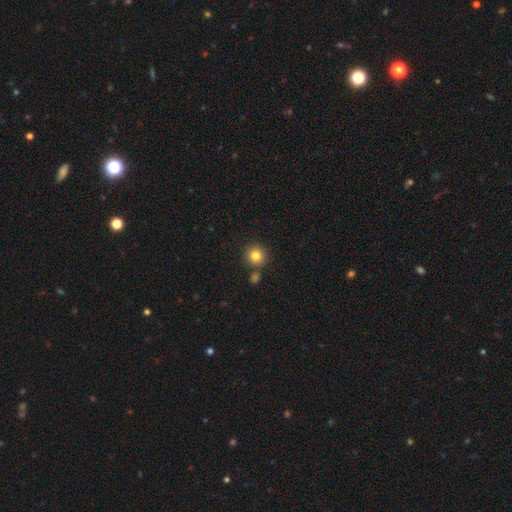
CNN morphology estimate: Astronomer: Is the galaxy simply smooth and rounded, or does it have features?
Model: smooth — 83%.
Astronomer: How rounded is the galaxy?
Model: round — 93%.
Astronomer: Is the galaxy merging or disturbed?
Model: none — 81%.